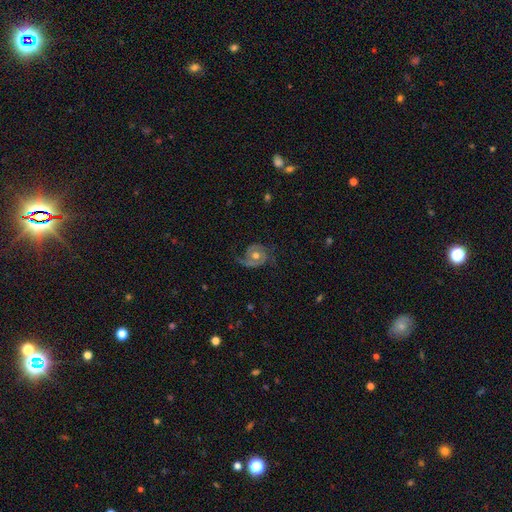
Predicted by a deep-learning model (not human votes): Morphology: type=featured or disk (82%); edge-on=no (97%); bar=no (72%); spiral arms=yes (95%); winding=medium (45%); arm count=2 (80%); bulge=moderate (74%); merging=none (67%).